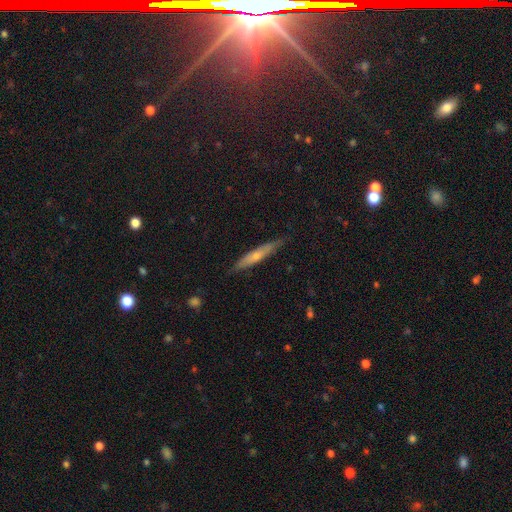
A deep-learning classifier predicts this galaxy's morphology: Smooth or featured? Predicted: smooth (p=0.50). How rounded? Predicted: cigar-shaped (p=0.91). Merging? Predicted: none (p=0.82).